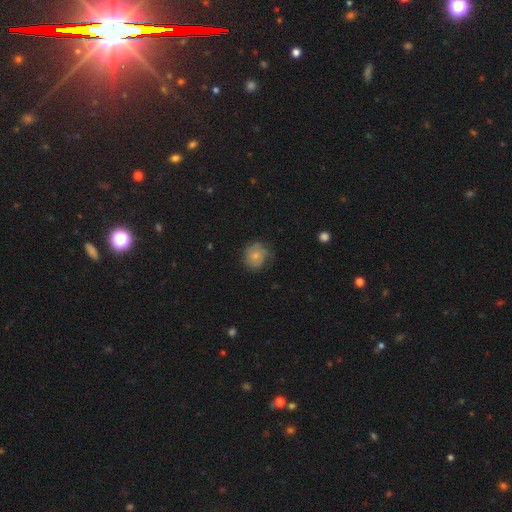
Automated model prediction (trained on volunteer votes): smooth-or-featured: smooth: 66% | featured or disk: 26% | star or artifact: 8%
  how-rounded: round: 80% | in between: 19% | cigar-shaped: 1%
  merging: none: 63% | minor disturbance: 27% | major disturbance: 9% | merger: 1%